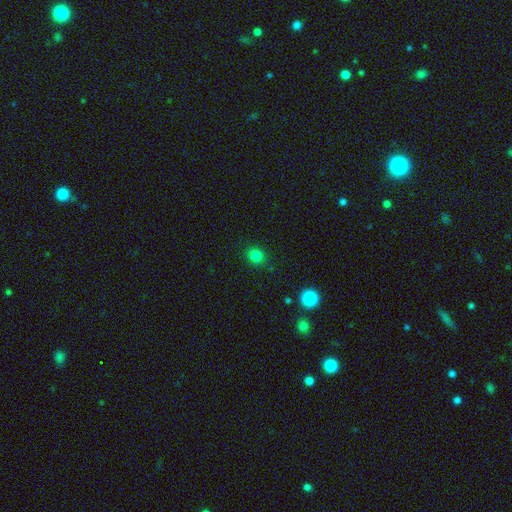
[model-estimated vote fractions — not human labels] This is clearly a smooth galaxy (82%). How rounded: clearly round (82%). Merging: clearly none (89%).